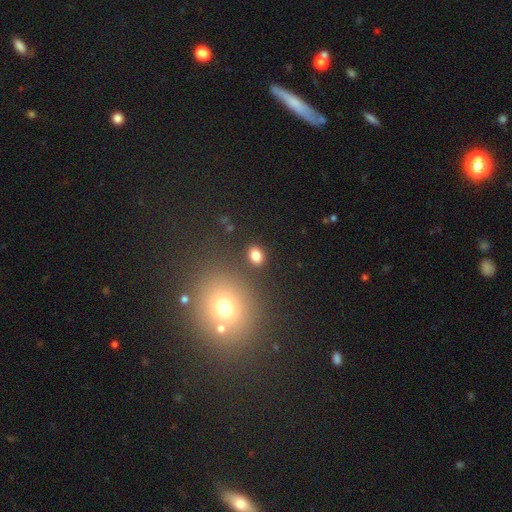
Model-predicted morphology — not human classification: smooth_or_featured: smooth (p=0.82) [alt: star or artifact p=0.12]
how_rounded: in between (p=0.69) [alt: round p=0.30]
merging: none (p=0.84) [alt: minor disturbance p=0.08]